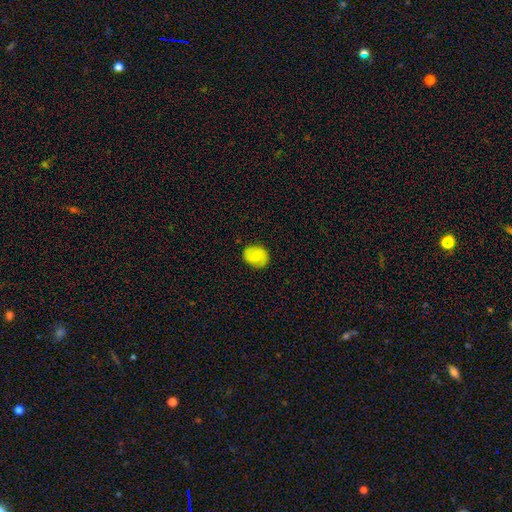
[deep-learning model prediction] Smooth or featured?
  - smooth: 72% *
  - featured or disk: 20%
  - star or artifact: 8%
How rounded?
  - round: 60% *
  - in between: 39%
  - cigar-shaped: 1%
Merging?
  - none: 84% *
  - minor disturbance: 12%
  - major disturbance: 3%
  - merger: 1%